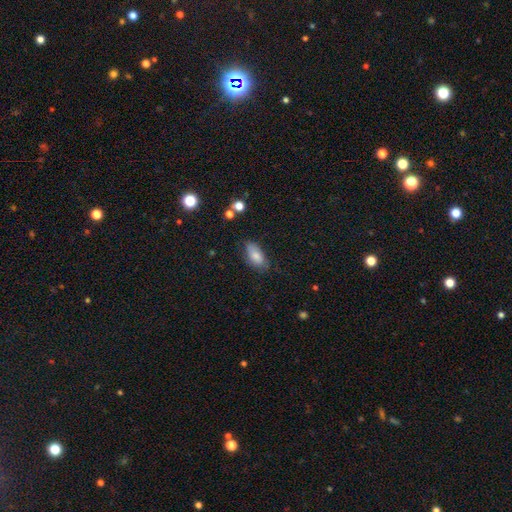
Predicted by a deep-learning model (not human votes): A smooth galaxy with no disk features (81%) that is in between round and cigar-shaped (90%).

Vote fractions:
- Smooth or featured? smooth: 81% / featured or disk: 12% / star or artifact: 8%
- How rounded? in between: 90% / cigar-shaped: 6% / round: 3%
- Merging? none: 70% / minor disturbance: 23% / major disturbance: 5% / merger: 2%